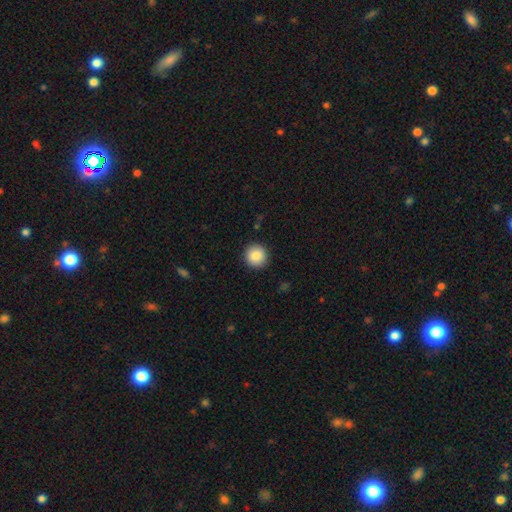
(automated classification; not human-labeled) The model was most divided on "smooth or featured": smooth: 87%, star or artifact: 8%, featured or disk: 5%. More confident: how rounded — round (95%); merging — none (92%).